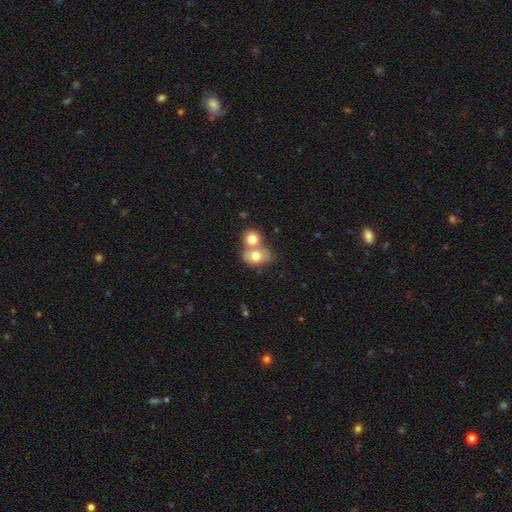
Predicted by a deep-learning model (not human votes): Morphology: type=smooth (76%); roundness=in between (59%); merging=merger (62%).